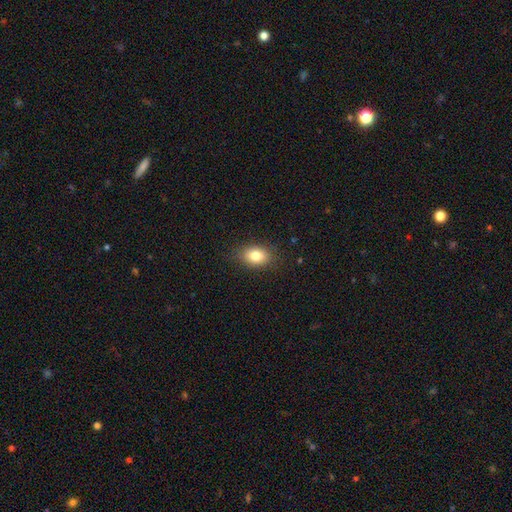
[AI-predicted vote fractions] Overall: smooth (81%). How rounded: in between (78%). Merging: none (86%).